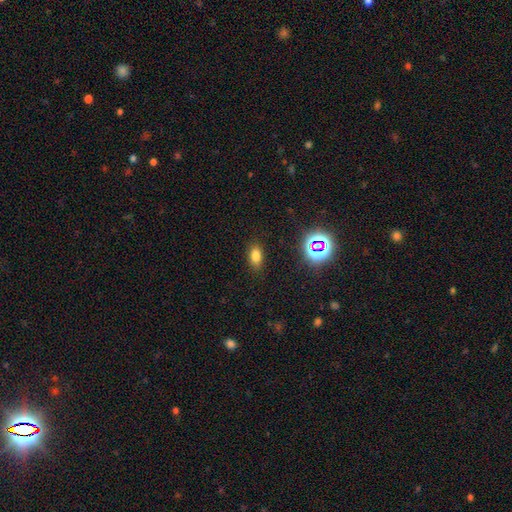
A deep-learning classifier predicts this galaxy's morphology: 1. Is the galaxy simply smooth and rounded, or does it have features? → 75% smooth, 18% star or artifact, 7% featured or disk.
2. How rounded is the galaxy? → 84% in between, 11% round, 5% cigar-shaped.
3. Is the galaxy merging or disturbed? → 85% none, 10% minor disturbance, 3% major disturbance, 1% merger.